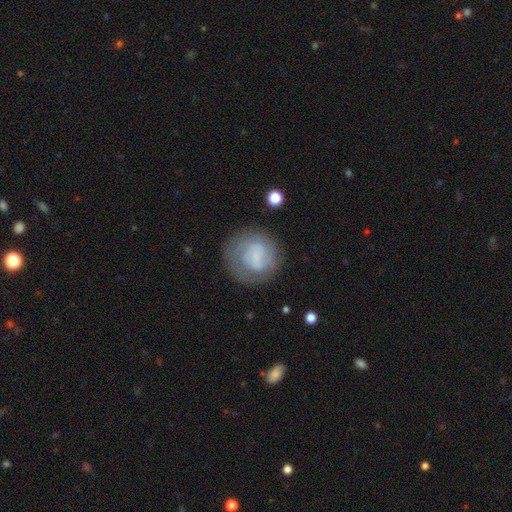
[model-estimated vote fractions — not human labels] Q: Smooth or featured?
A: featured or disk (52%); runner-up: smooth (40%)
Q: Edge-on disk?
A: no (98%); runner-up: yes (2%)
Q: Bar?
A: no (55%); runner-up: weak (34%)
Q: Spiral arms?
A: yes (74%); runner-up: no (26%)
Q: Bulge size?
A: none (52%); runner-up: small (28%)
Q: Merging?
A: none (68%); runner-up: minor disturbance (17%)